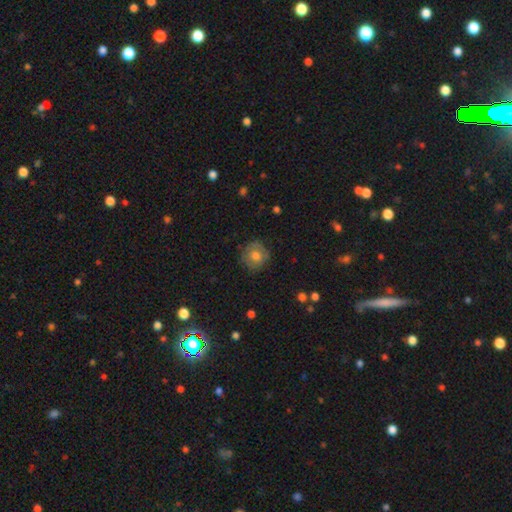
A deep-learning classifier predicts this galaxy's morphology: A smooth galaxy with no disk features (62%) that is round (88%). Merging: none (77%).